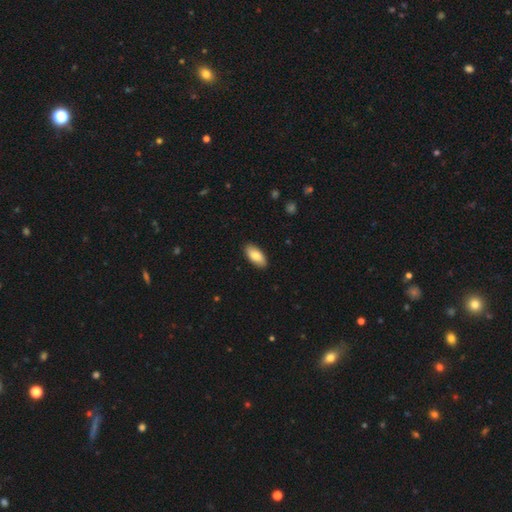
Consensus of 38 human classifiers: smooth-or-featured: smooth: 87% | featured or disk: 8% | star or artifact: 5%
  how-rounded: in between: 88% | cigar-shaped: 9% | round: 3%
  merging: none: 92% | minor disturbance: 3% | major disturbance: 3% | merger: 3%